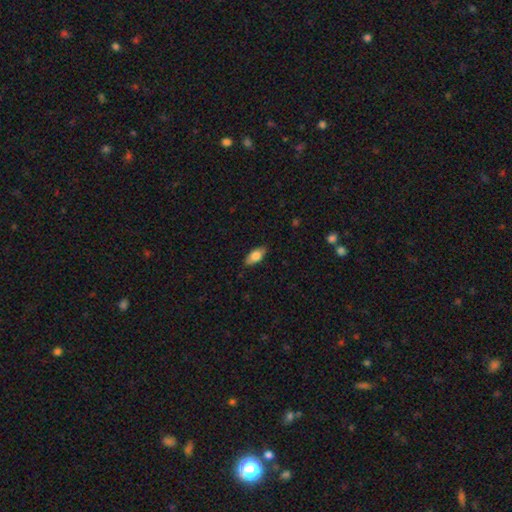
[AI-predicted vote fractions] smooth_or_featured: smooth (p=0.75) [alt: featured or disk p=0.19]
how_rounded: in between (p=0.86) [alt: cigar-shaped p=0.11]
merging: none (p=0.83) [alt: minor disturbance p=0.13]